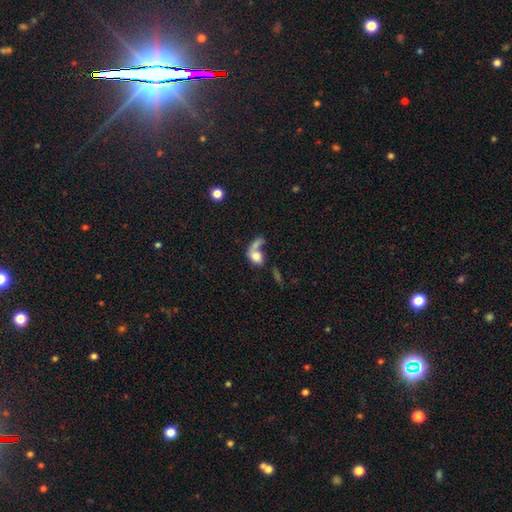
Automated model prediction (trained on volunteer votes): The model was most divided on "merging": merger: 52%, major disturbance: 20%, none: 19%, minor disturbance: 9%. More confident: how rounded — in between (69%); smooth or featured — smooth (64%).